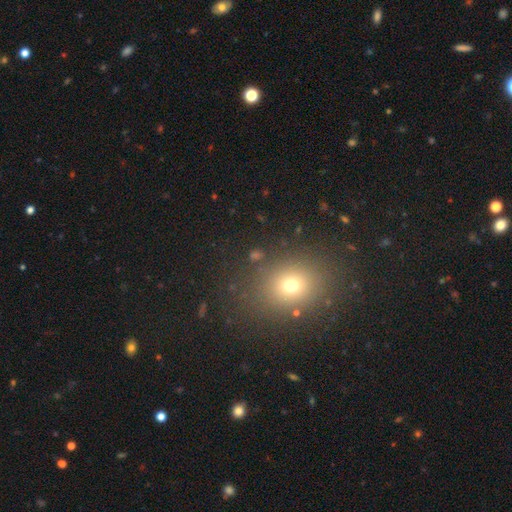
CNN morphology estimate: smooth 65%, star or artifact 26%, featured or disk 10%. Down the decision tree: how rounded — round (61%); merging — none (82%).